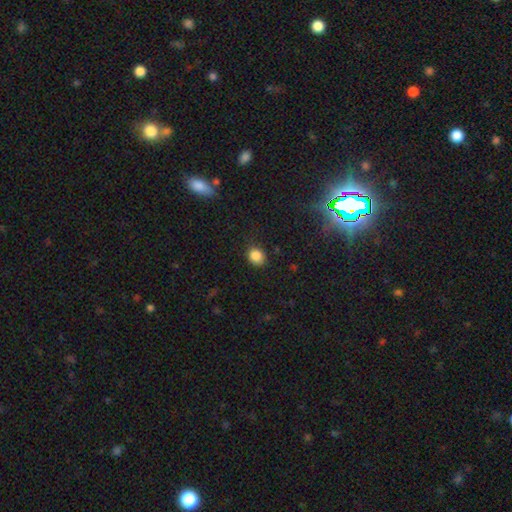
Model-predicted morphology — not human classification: A smooth galaxy with no disk features (85%) that is round (65%).

Vote fractions:
- Smooth or featured? smooth: 85% / star or artifact: 11% / featured or disk: 4%
- How rounded? round: 65% / in between: 34% / cigar-shaped: 1%
- Merging? none: 82% / minor disturbance: 13% / major disturbance: 3% / merger: 1%